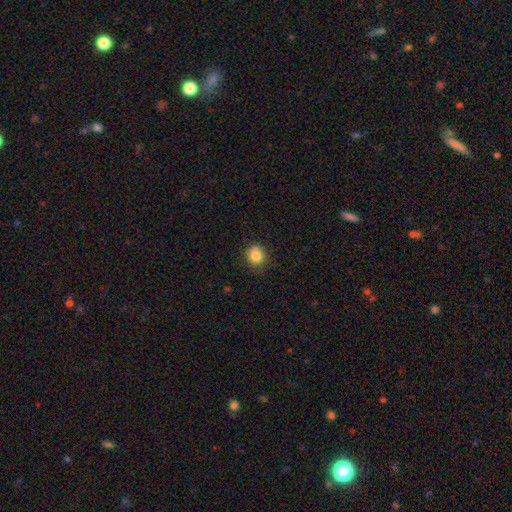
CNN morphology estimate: type=smooth (84%); roundness=round (86%); merging=none (79%).